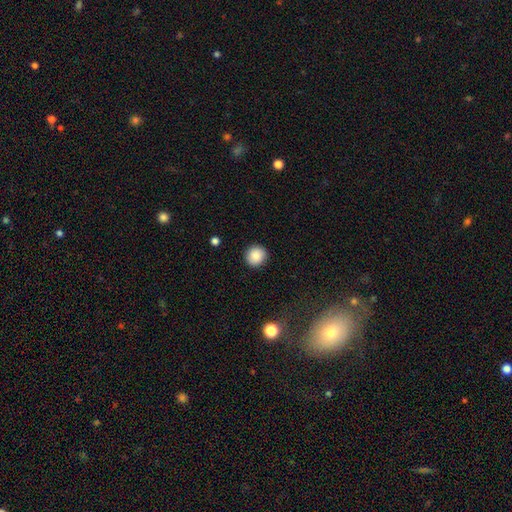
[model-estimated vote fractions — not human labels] The model was most divided on "how rounded": round: 89%, in between: 10%, cigar-shaped: 1%. More confident: merging — none (91%); smooth or featured — smooth (88%).